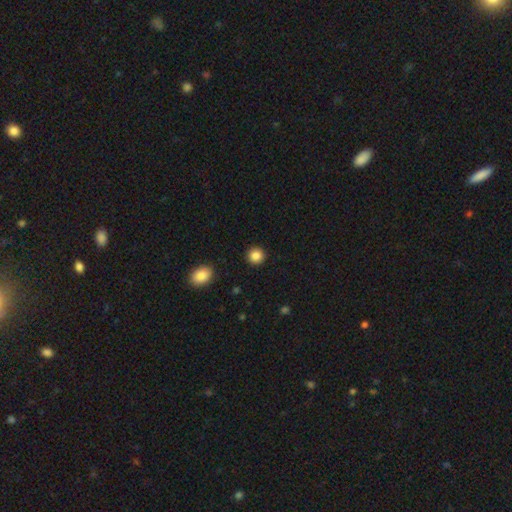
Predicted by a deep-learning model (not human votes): Morphology: type=smooth (86%); roundness=round (92%); merging=none (92%).